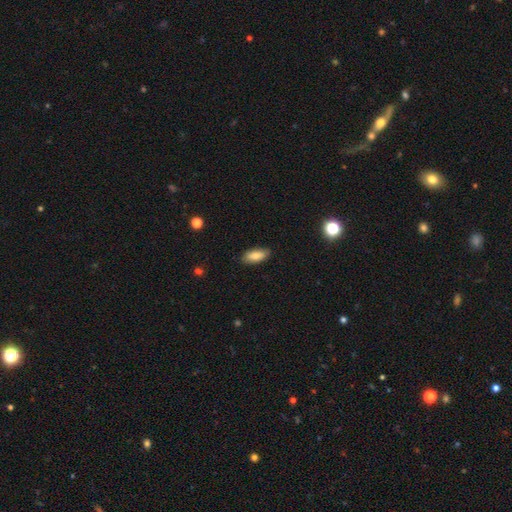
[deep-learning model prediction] Smooth or featured?
  - smooth: 80% *
  - featured or disk: 13%
  - star or artifact: 7%
How rounded?
  - in between: 83% *
  - cigar-shaped: 15%
  - round: 3%
Merging?
  - none: 86% *
  - minor disturbance: 11%
  - major disturbance: 2%
  - merger: 1%